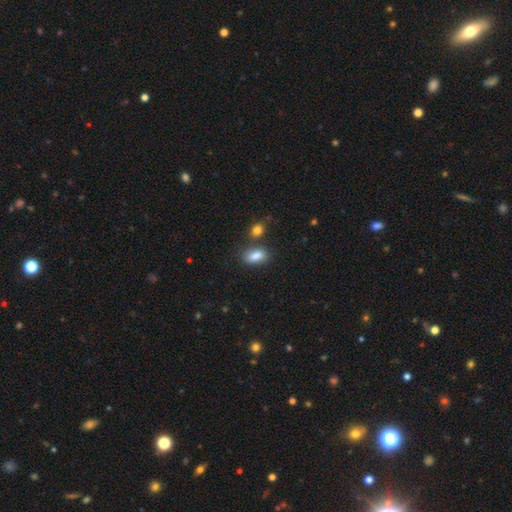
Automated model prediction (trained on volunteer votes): A smooth galaxy with no disk features (85%) that is in between round and cigar-shaped (87%).

Vote fractions:
- Smooth or featured? smooth: 85% / star or artifact: 8% / featured or disk: 7%
- How rounded? in between: 87% / round: 8% / cigar-shaped: 5%
- Merging? none: 64% / merger: 18% / minor disturbance: 14% / major disturbance: 4%